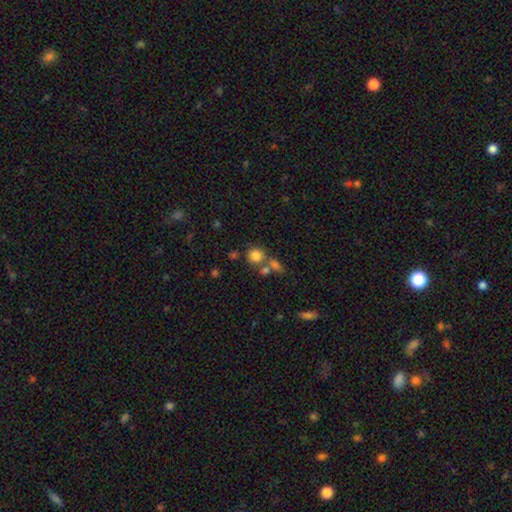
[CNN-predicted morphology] This is likely a smooth galaxy (79%). How rounded: clearly round (86%). Merging: possibly none (57%).